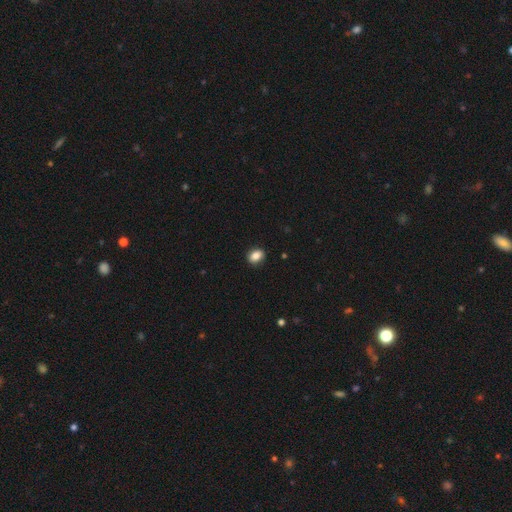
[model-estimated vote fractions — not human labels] Overall: smooth (85%). How rounded: in between (60%; round 39%). Merging: none (88%).